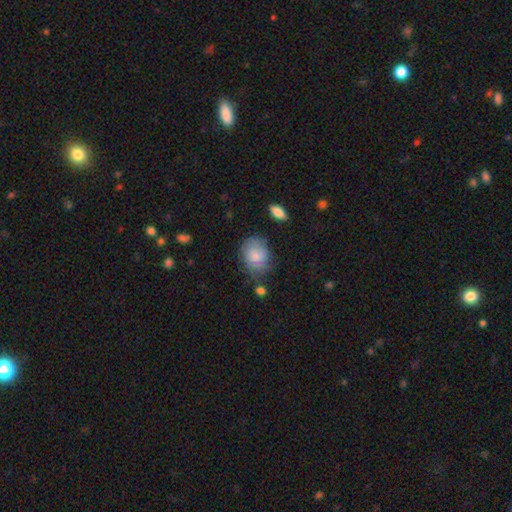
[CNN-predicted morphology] smooth-or-featured: smooth: 72% | featured or disk: 20% | star or artifact: 7%
  how-rounded: in between: 55% | round: 44% | cigar-shaped: 1%
  merging: none: 58% | minor disturbance: 28% | major disturbance: 10% | merger: 4%